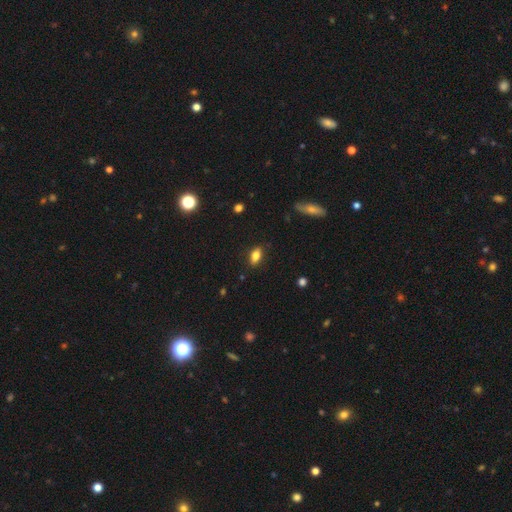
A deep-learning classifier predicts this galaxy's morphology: smooth-or-featured: smooth: 80% | featured or disk: 11% | star or artifact: 9%
  how-rounded: in between: 84% | cigar-shaped: 10% | round: 6%
  merging: none: 83% | minor disturbance: 13% | major disturbance: 3% | merger: 1%